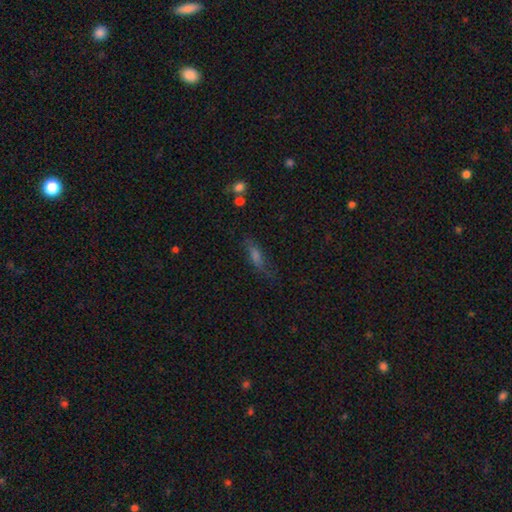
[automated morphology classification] Overall: smooth (50%; featured or disk 32%). Merging: none (66%).